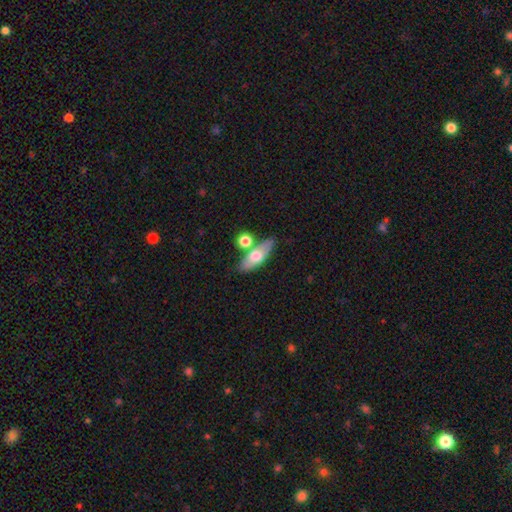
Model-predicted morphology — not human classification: A smooth galaxy with no disk features (55%) that is in between round and cigar-shaped (60%). Merging: none (64%).